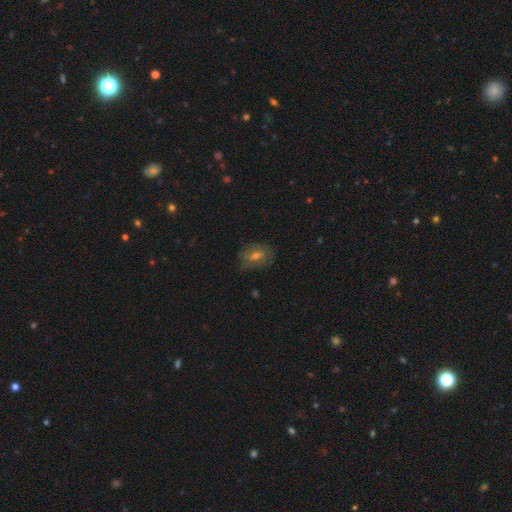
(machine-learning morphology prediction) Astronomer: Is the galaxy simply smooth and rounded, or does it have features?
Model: featured or disk — 45% (runner-up: smooth, 38%).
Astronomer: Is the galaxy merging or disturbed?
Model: none — 73%.